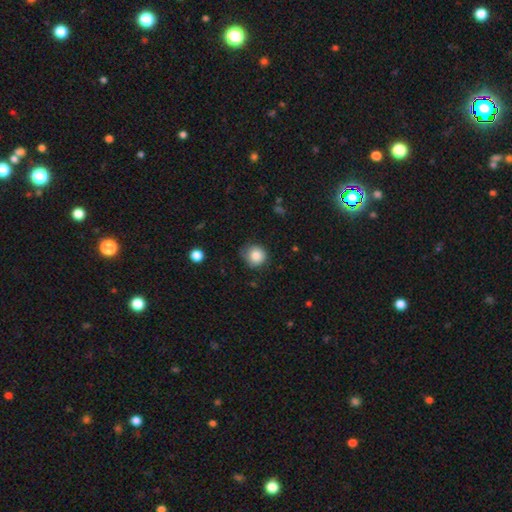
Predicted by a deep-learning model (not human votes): Q: Smooth or featured?
A: smooth (85%); runner-up: star or artifact (9%)
Q: How rounded?
A: round (90%); runner-up: in between (9%)
Q: Merging?
A: none (70%); runner-up: minor disturbance (23%)